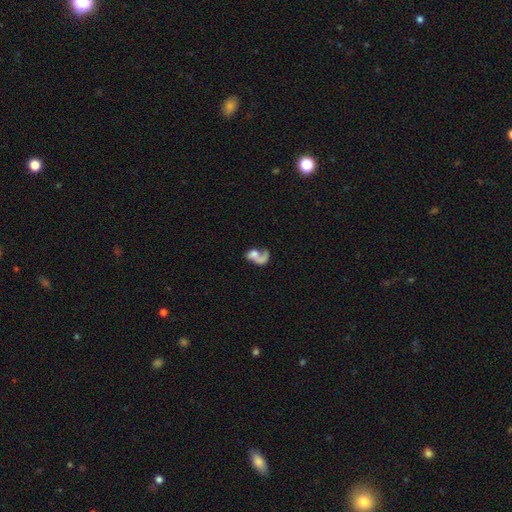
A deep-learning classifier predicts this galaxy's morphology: smooth_or_featured: featured or disk (p=0.55) [alt: smooth p=0.35]
disk_edge_on: no (p=0.97) [alt: yes p=0.03]
bar: no (p=0.79) [alt: weak p=0.17]
has_spiral_arms: yes (p=0.67) [alt: no p=0.33]
bulge_size: none (p=0.29) [alt: moderate p=0.28]
merging: major disturbance (p=0.34) [alt: merger p=0.29]